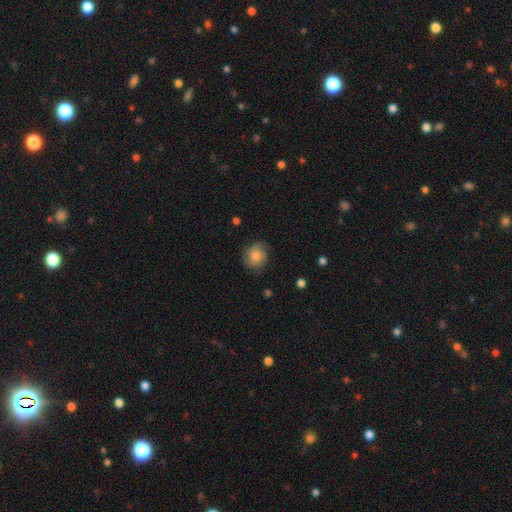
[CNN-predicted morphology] Smooth or featured?
  - smooth: 71% *
  - featured or disk: 21%
  - star or artifact: 8%
How rounded?
  - round: 74% *
  - in between: 25%
  - cigar-shaped: 1%
Merging?
  - none: 70% *
  - minor disturbance: 22%
  - major disturbance: 7%
  - merger: 1%